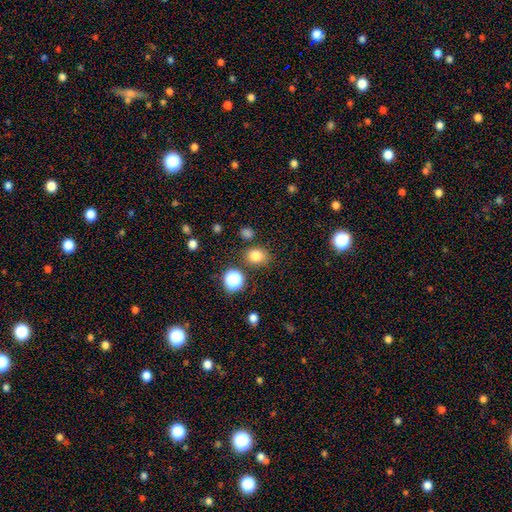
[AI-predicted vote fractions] Smooth or featured? Predicted: smooth (p=0.79). How rounded? Predicted: round (p=0.55). Merging? Predicted: none (p=0.80).